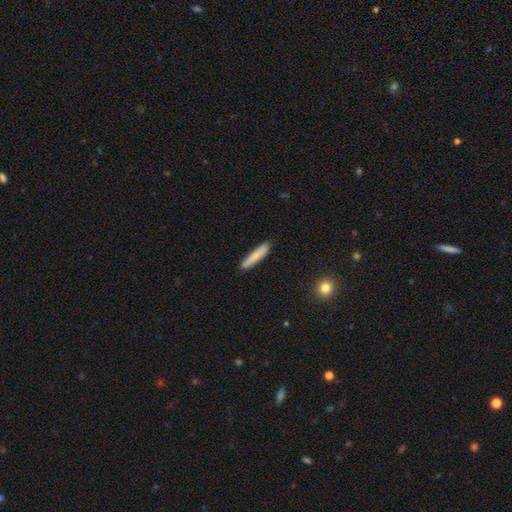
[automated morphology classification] type=smooth (79%); roundness=cigar-shaped (90%); merging=none (85%).